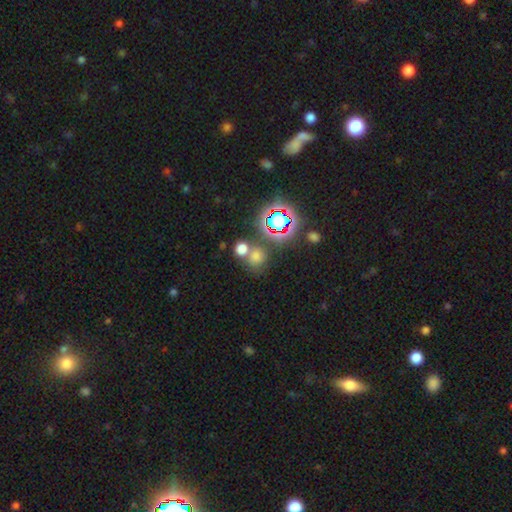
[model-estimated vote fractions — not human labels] smooth-or-featured: smooth: 63% | star or artifact: 29% | featured or disk: 8%
  how-rounded: round: 83% | in between: 15% | cigar-shaped: 1%
  merging: none: 61% | merger: 26% | minor disturbance: 8% | major disturbance: 4%